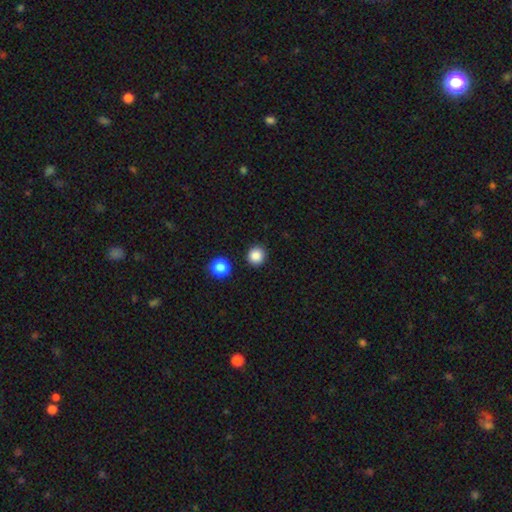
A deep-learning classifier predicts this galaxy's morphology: Smooth or featured?
  - smooth: 85% *
  - star or artifact: 11%
  - featured or disk: 3%
How rounded?
  - round: 93% *
  - in between: 6%
  - cigar-shaped: 1%
Merging?
  - none: 90% *
  - minor disturbance: 6%
  - merger: 2%
  - major disturbance: 2%